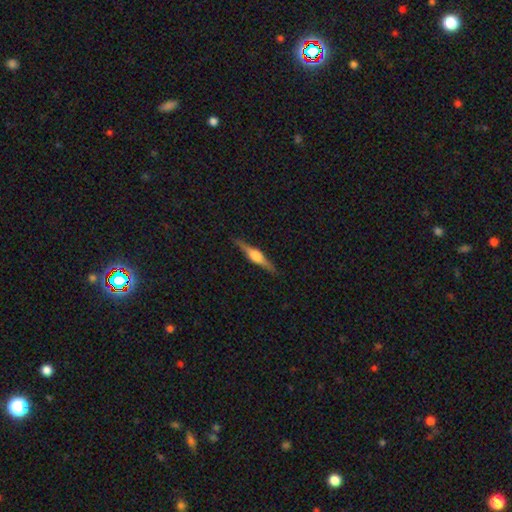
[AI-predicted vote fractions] A featured or disk galaxy (76%) viewed edge-on (98%) with a rounded central bulge (91%).

Vote fractions:
- Smooth or featured? featured or disk: 76% / smooth: 18% / star or artifact: 6%
- Edge-on disk? yes: 98% / no: 2%
- Edge-on bulge? rounded: 91% / boxy: 7% / none: 2%
- Merging? none: 90% / minor disturbance: 8% / major disturbance: 2% / merger: 1%